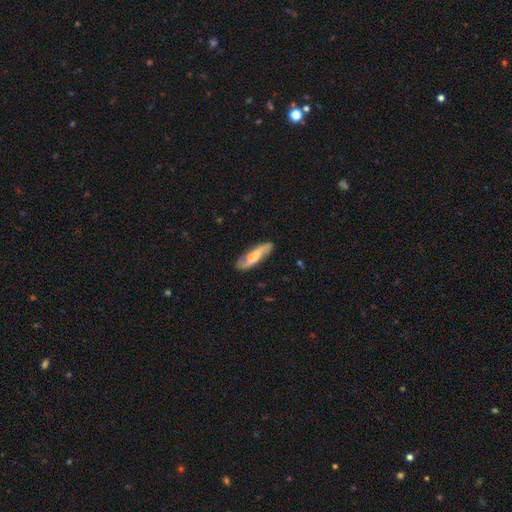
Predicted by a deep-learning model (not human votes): smooth-or-featured: featured or disk: 53% | smooth: 41% | star or artifact: 6%
  disk-edge-on: no: 77% | yes: 23%
  merging: none: 76% | minor disturbance: 17% | major disturbance: 4% | merger: 3%